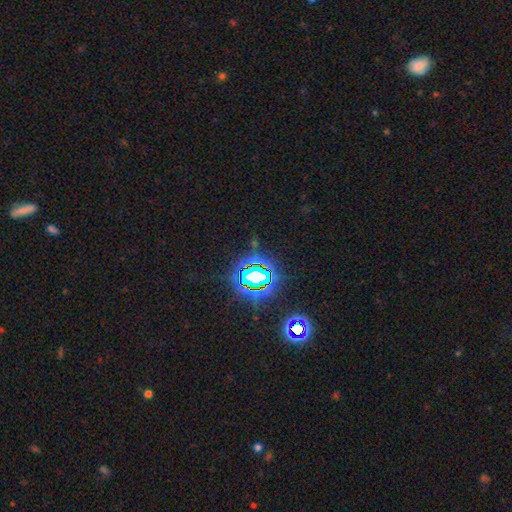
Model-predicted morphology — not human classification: Q: Smooth or featured?
A: star or artifact (78%); runner-up: smooth (14%)